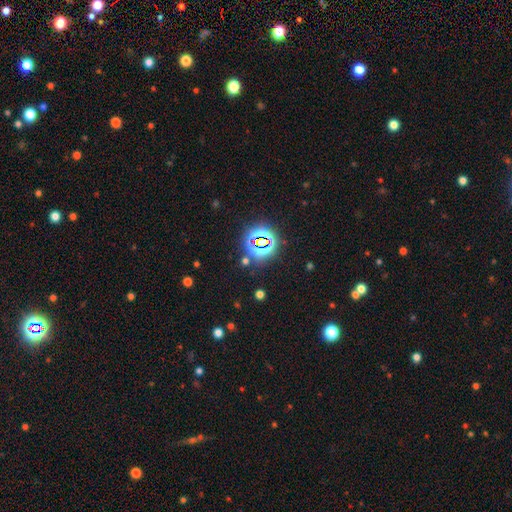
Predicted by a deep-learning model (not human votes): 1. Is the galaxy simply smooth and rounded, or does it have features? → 81% star or artifact, 12% smooth, 8% featured or disk.